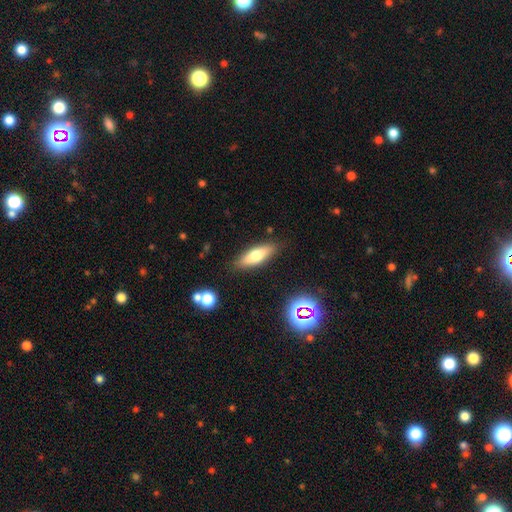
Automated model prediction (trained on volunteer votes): smooth 63%, featured or disk 29%, star or artifact 8%. Down the decision tree: how rounded — in between (52%); merging — none (86%).